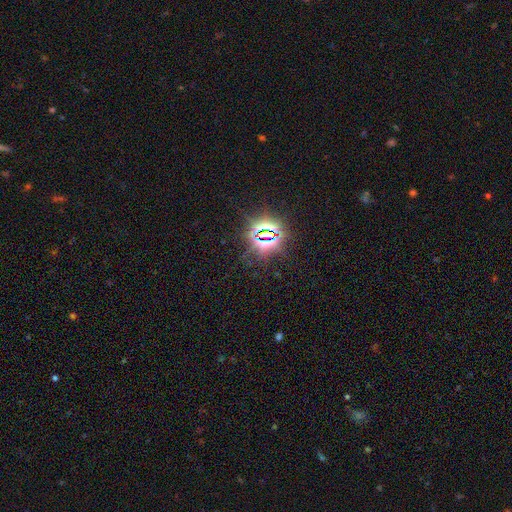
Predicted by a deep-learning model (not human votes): smooth-or-featured: star or artifact: 82% | smooth: 12% | featured or disk: 7%